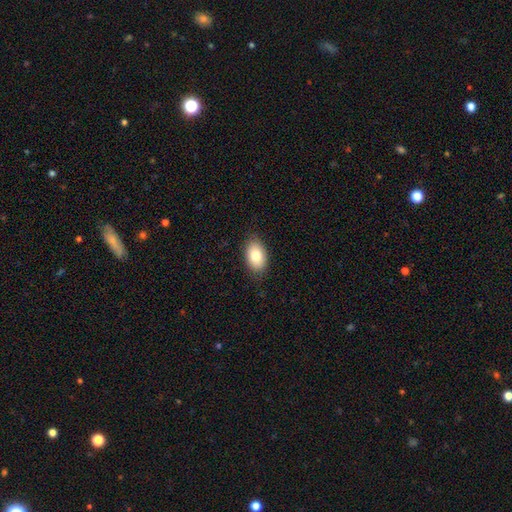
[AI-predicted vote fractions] Smooth or featured?
  - smooth: 82% *
  - featured or disk: 11%
  - star or artifact: 7%
How rounded?
  - in between: 90% *
  - round: 9%
  - cigar-shaped: 1%
Merging?
  - none: 85% *
  - minor disturbance: 12%
  - major disturbance: 2%
  - merger: 1%